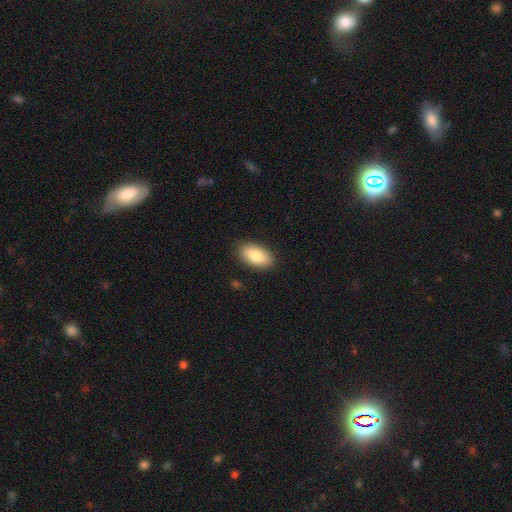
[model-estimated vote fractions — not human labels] smooth_or_featured: smooth (p=0.83) [alt: featured or disk p=0.11]
how_rounded: in between (p=0.93) [alt: round p=0.04]
merging: none (p=0.88) [alt: minor disturbance p=0.09]